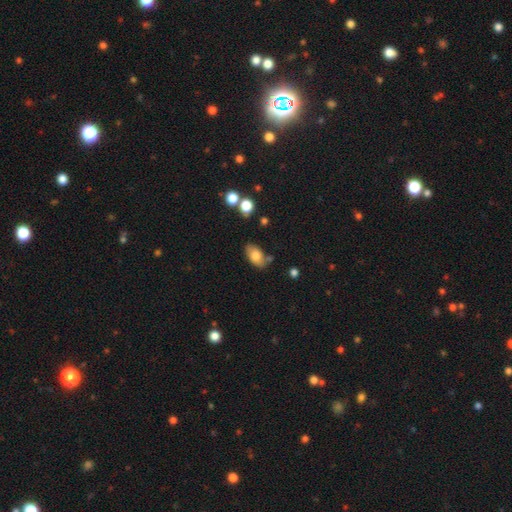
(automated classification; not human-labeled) Smooth or featured? smooth (78%)
How rounded? in between (91%)
Merging? none (69%)